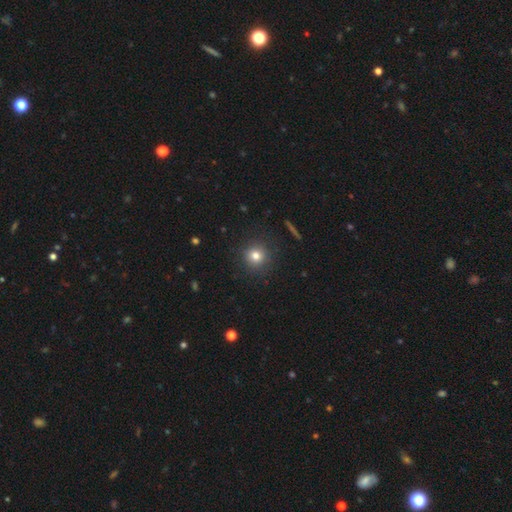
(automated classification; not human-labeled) A smooth galaxy with no disk features (79%) that is round (94%). Merging: none (90%).